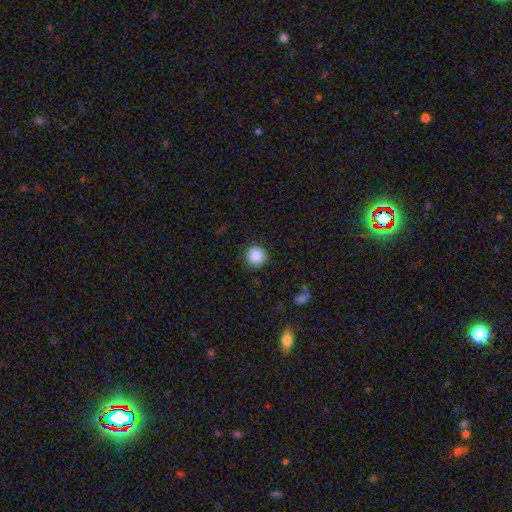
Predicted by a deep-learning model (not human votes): smooth_or_featured: smooth (p=0.88) [alt: star or artifact p=0.09]
how_rounded: round (p=0.94) [alt: in between p=0.05]
merging: none (p=0.88) [alt: minor disturbance p=0.08]